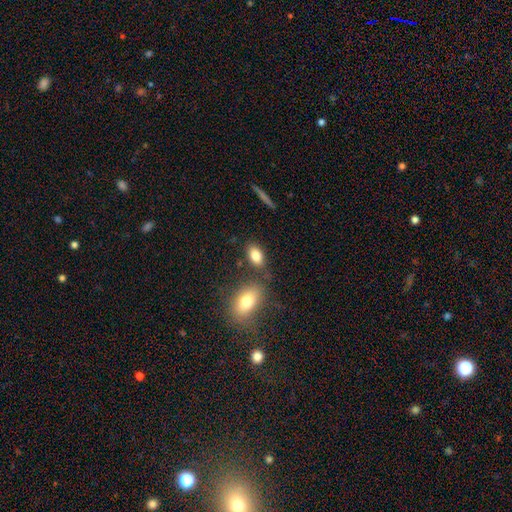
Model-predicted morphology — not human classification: Overall: smooth (83%). How rounded: in between (89%). Merging: none (71%).